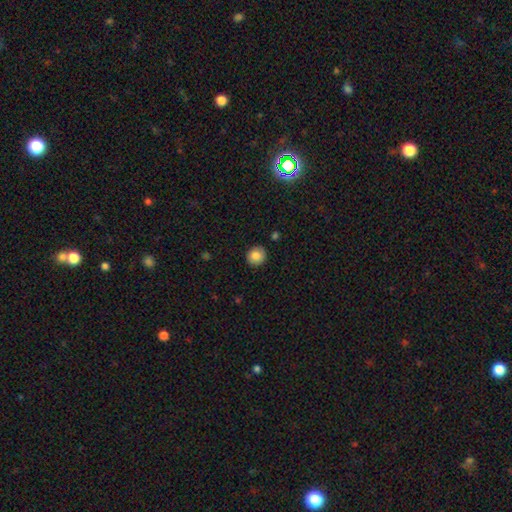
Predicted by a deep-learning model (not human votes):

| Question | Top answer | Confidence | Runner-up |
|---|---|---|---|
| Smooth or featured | smooth | 85% | star or artifact (9%) |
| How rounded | round | 87% | in between (12%) |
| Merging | none | 89% | minor disturbance (7%) |